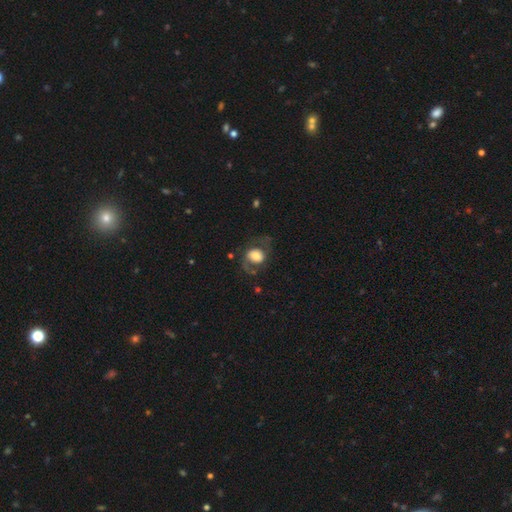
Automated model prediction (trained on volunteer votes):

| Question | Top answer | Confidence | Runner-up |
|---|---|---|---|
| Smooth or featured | featured or disk | 49% | smooth (43%) |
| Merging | none | 57% | major disturbance (22%) |